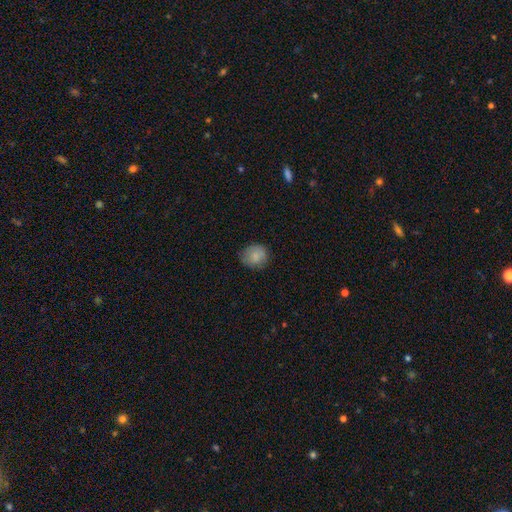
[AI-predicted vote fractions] This appears to be a smooth galaxy with no disk features (84%) that is round (79%). Merging: none (79%).